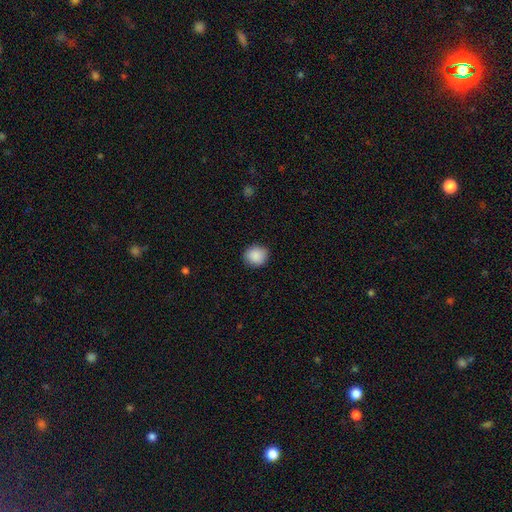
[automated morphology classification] Overall: smooth (89%). How rounded: round (83%). Merging: none (89%).